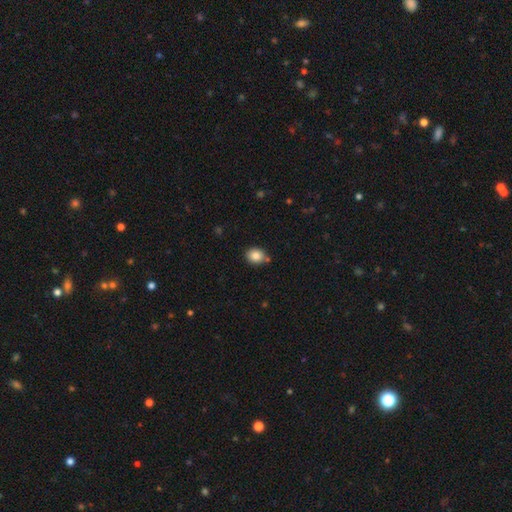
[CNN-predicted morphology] A smooth galaxy with no disk features (85%) that is round (62%). Merging: none (76%).